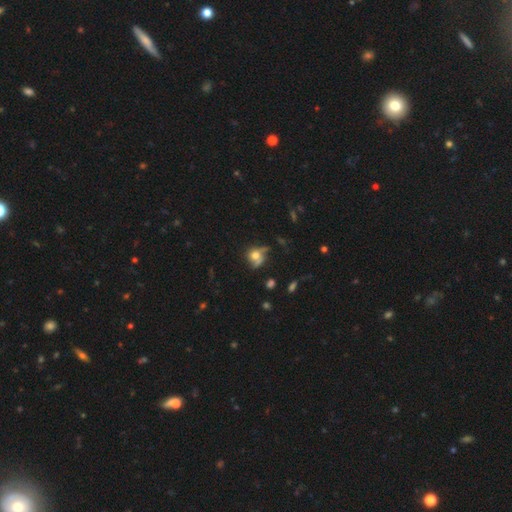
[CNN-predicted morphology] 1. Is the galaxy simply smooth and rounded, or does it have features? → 60% smooth, 27% featured or disk, 13% star or artifact.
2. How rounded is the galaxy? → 72% round, 26% in between, 2% cigar-shaped.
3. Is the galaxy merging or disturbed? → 42% none, 24% minor disturbance, 21% major disturbance, 12% merger.